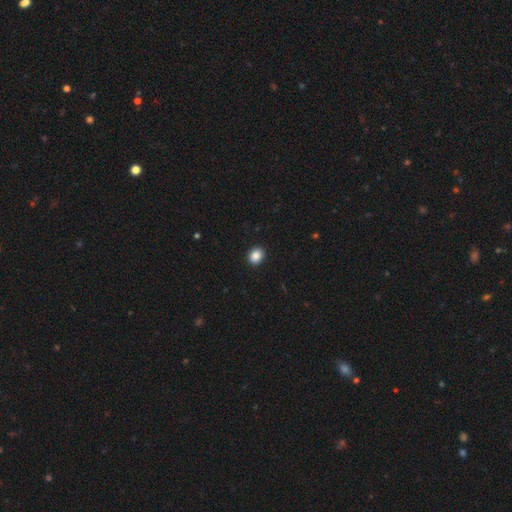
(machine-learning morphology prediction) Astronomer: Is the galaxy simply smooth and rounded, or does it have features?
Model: smooth — 87%.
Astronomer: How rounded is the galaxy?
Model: round — 62%.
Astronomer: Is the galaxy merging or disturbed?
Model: none — 92%.